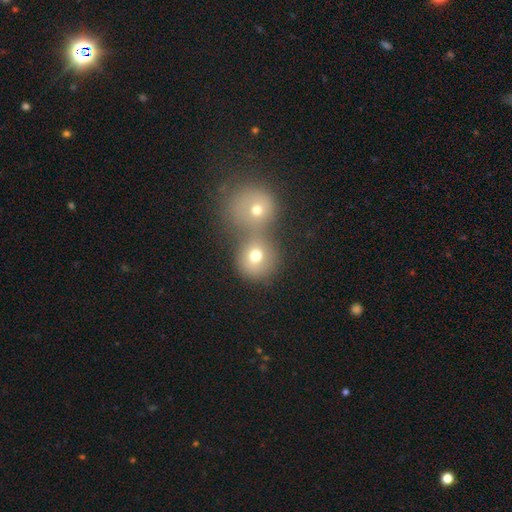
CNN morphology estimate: Smooth or featured?
  - smooth: 73% *
  - featured or disk: 14%
  - star or artifact: 13%
How rounded?
  - round: 85% *
  - in between: 14%
  - cigar-shaped: 1%
Merging?
  - merger: 53% *
  - none: 37%
  - minor disturbance: 6%
  - major disturbance: 4%